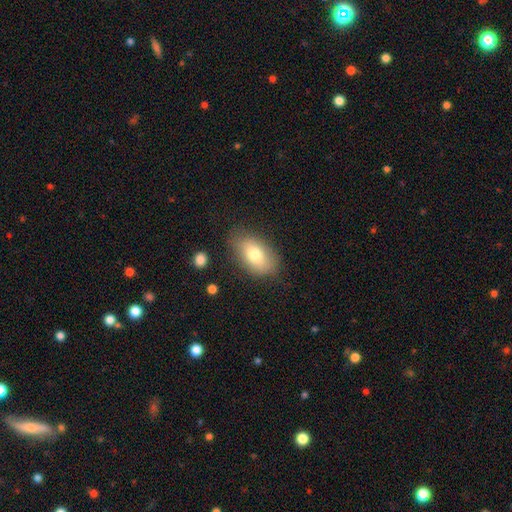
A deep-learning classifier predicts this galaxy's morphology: smooth 76%, featured or disk 16%, star or artifact 8%. Down the decision tree: how rounded — in between (91%); merging — none (77%).